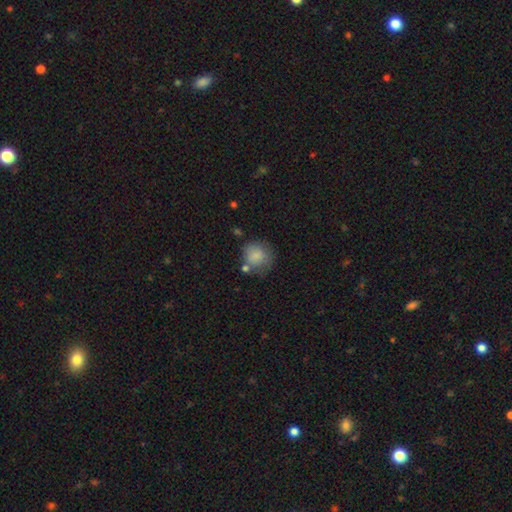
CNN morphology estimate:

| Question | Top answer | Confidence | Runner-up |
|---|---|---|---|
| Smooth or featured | smooth | 83% | featured or disk (9%) |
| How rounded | round | 86% | in between (13%) |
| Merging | none | 60% | minor disturbance (21%) |